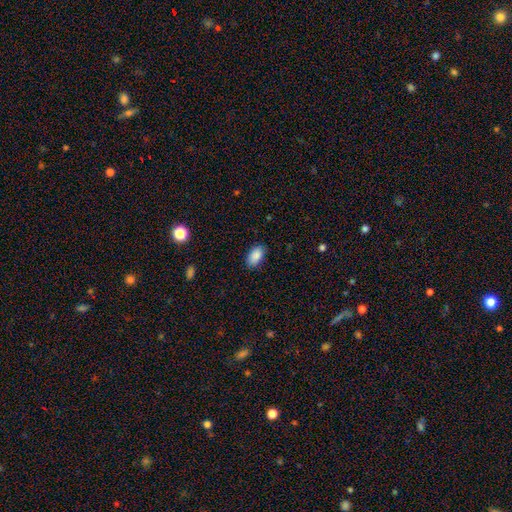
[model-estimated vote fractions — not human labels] Morphology: type=smooth (88%); roundness=in between (93%); merging=none (83%).